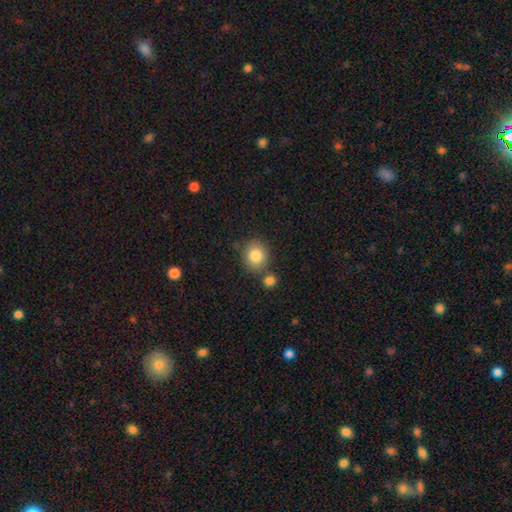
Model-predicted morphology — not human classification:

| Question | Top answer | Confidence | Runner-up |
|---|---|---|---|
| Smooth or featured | smooth | 84% | star or artifact (9%) |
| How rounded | round | 79% | in between (20%) |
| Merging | none | 71% | merger (15%) |